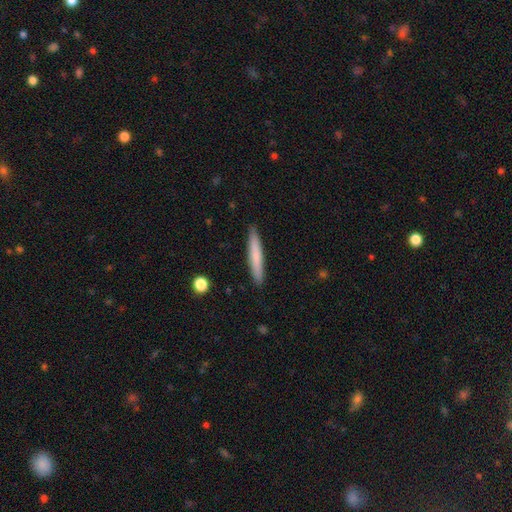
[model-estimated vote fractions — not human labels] Q: Smooth or featured?
A: smooth (73%); runner-up: featured or disk (21%)
Q: How rounded?
A: cigar-shaped (95%); runner-up: in between (4%)
Q: Merging?
A: none (91%); runner-up: minor disturbance (7%)